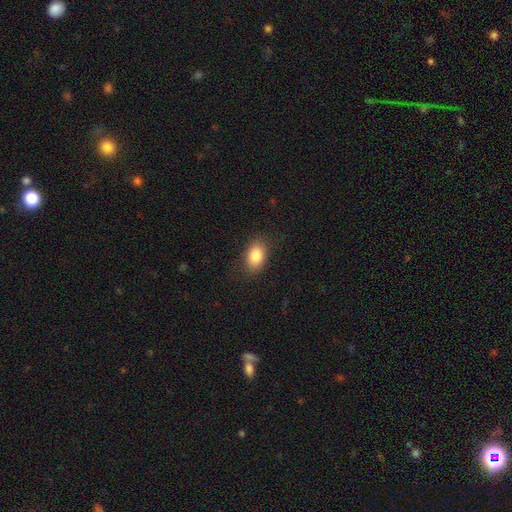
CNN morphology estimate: This is clearly a smooth galaxy (84%). How rounded: clearly in between (83%). Merging: clearly none (84%).